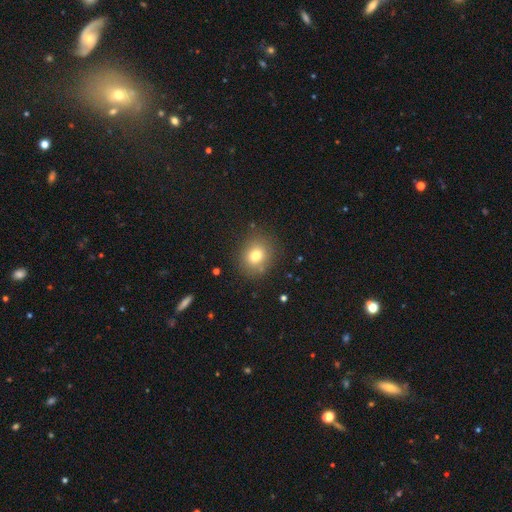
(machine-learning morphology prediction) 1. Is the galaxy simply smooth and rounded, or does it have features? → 76% smooth, 13% star or artifact, 10% featured or disk.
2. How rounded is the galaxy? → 71% round, 29% in between, 1% cigar-shaped.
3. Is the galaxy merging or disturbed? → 83% none, 11% minor disturbance, 4% major disturbance, 3% merger.